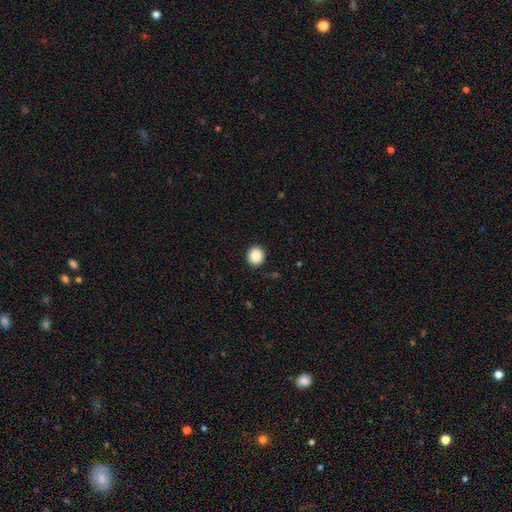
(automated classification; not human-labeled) smooth-or-featured: smooth: 87% | star or artifact: 9% | featured or disk: 4%
  how-rounded: round: 84% | in between: 15% | cigar-shaped: 1%
  merging: none: 91% | minor disturbance: 6% | major disturbance: 2% | merger: 1%